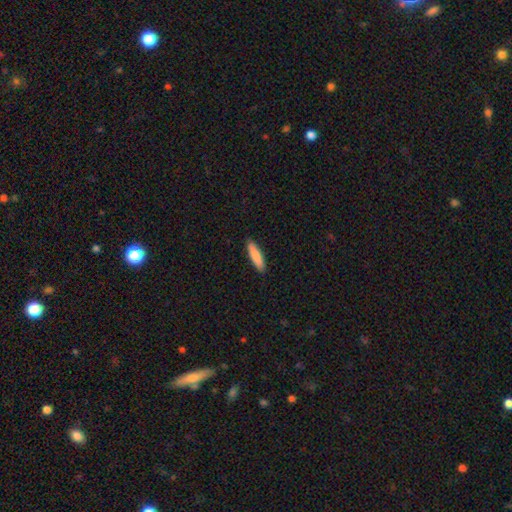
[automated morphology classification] The model was most divided on "how rounded": cigar-shaped: 80%, in between: 18%, round: 1%. More confident: merging — none (90%); smooth or featured — smooth (85%).